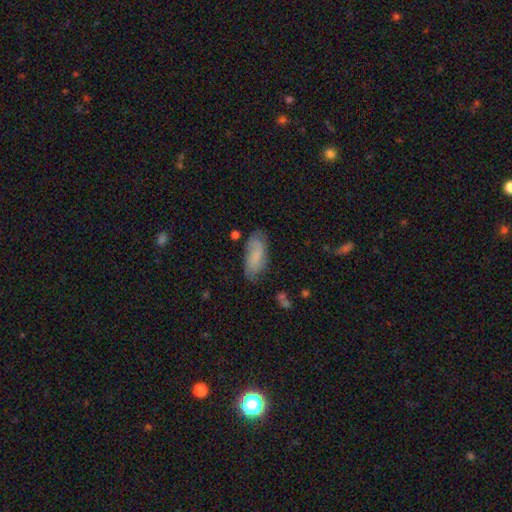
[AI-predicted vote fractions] smooth_or_featured: smooth (p=0.72) [alt: featured or disk p=0.21]
how_rounded: in between (p=0.83) [alt: cigar-shaped p=0.15]
merging: none (p=0.67) [alt: minor disturbance p=0.23]